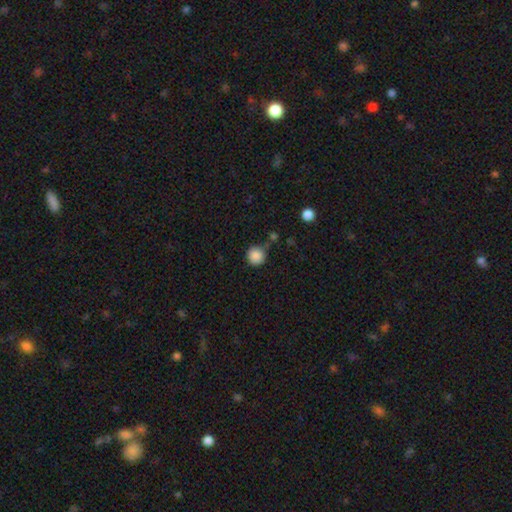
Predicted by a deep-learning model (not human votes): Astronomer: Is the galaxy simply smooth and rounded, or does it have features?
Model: smooth — 87%.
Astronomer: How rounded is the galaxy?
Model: round — 94%.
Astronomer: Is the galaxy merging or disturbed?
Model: none — 77%.